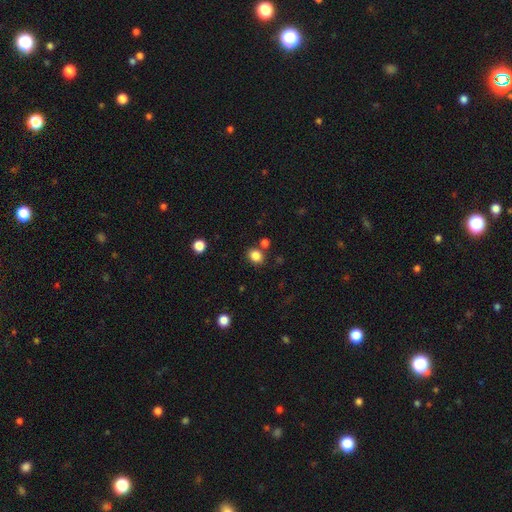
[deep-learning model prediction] smooth_or_featured: smooth (p=0.84) [alt: star or artifact p=0.12]
how_rounded: round (p=0.60) [alt: in between p=0.39]
merging: none (p=0.78) [alt: minor disturbance p=0.10]